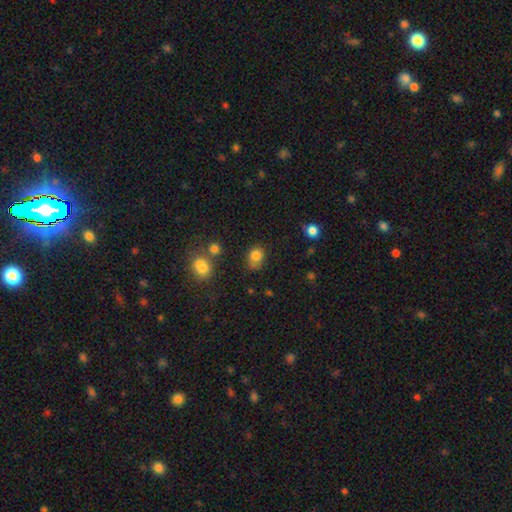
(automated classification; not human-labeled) smooth_or_featured: smooth (p=0.81) [alt: star or artifact p=0.12]
how_rounded: round (p=0.65) [alt: in between p=0.34]
merging: none (p=0.59) [alt: minor disturbance p=0.24]